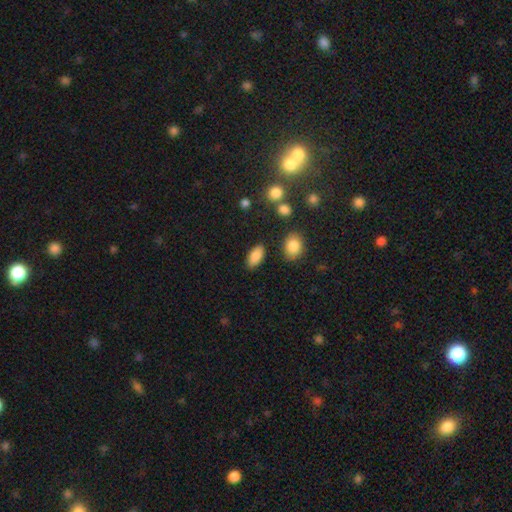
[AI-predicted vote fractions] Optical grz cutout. It shows a smooth galaxy with no disk features (87%) that is in between round and cigar-shaped (91%). Merging: none (86%).